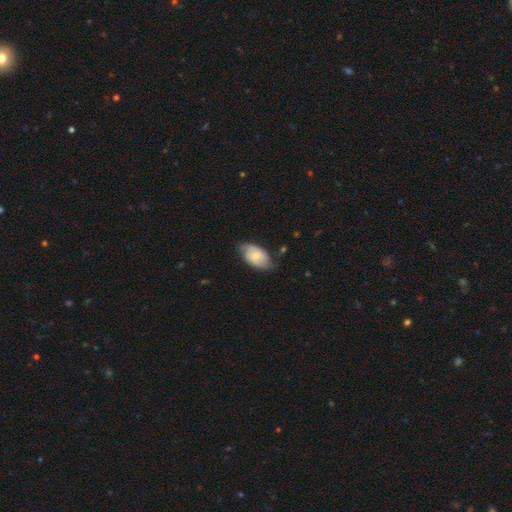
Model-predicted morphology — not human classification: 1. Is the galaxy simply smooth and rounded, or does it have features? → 48% featured or disk, 45% smooth, 6% star or artifact.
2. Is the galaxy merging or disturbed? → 63% none, 27% minor disturbance, 8% major disturbance, 2% merger.